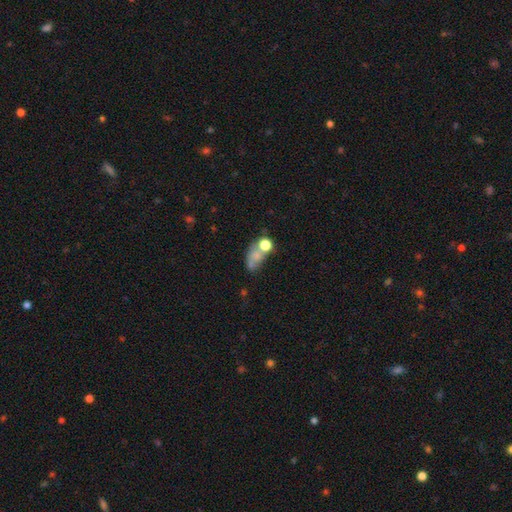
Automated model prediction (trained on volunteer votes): Q: Smooth or featured?
A: smooth (60%); runner-up: featured or disk (23%)
Q: How rounded?
A: in between (64%); runner-up: round (33%)
Q: Merging?
A: merger (38%); runner-up: none (26%)